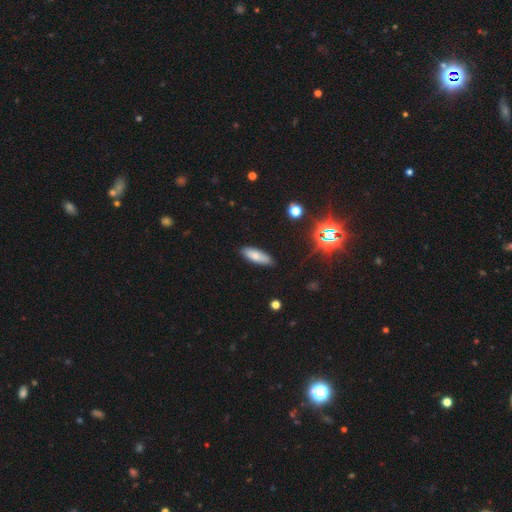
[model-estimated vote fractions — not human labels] Morphology: type=smooth (75%); roundness=in between (60%); merging=none (86%).